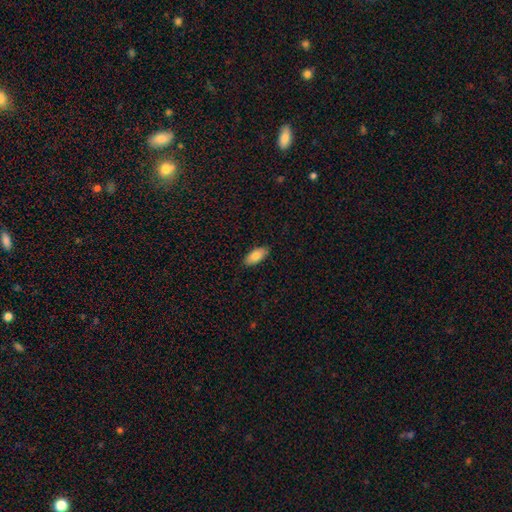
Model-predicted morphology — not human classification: smooth-or-featured: smooth: 83% | featured or disk: 11% | star or artifact: 6%
  how-rounded: in between: 90% | cigar-shaped: 8% | round: 2%
  merging: none: 87% | minor disturbance: 10% | major disturbance: 2% | merger: 1%